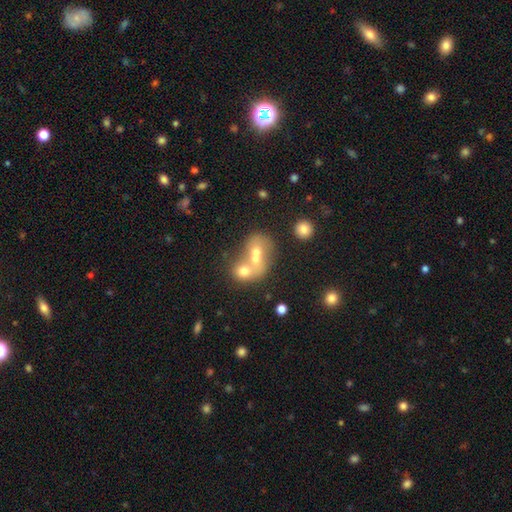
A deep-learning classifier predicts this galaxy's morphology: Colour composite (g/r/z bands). It shows a smooth galaxy with no disk features (56%) that is round (52%). Merging: merger (72%).